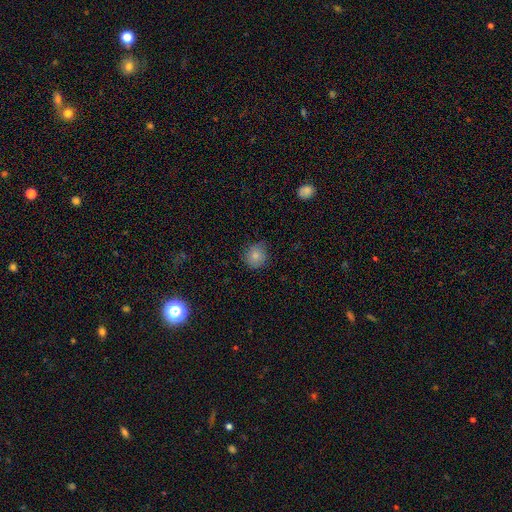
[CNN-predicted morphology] Smooth or featured: smooth — 82% (star or artifact — 10%)
How rounded: round — 89% (in between — 10%)
Merging: none — 77% (minor disturbance — 18%)